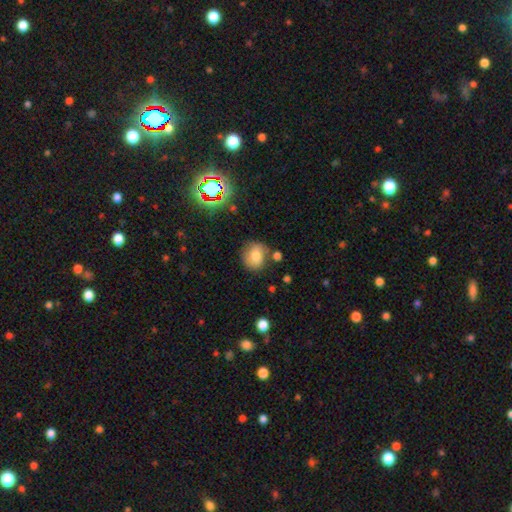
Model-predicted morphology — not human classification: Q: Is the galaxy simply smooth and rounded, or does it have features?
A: smooth — 73%.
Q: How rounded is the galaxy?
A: round — 82%.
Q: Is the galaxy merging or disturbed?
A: none — 74%.